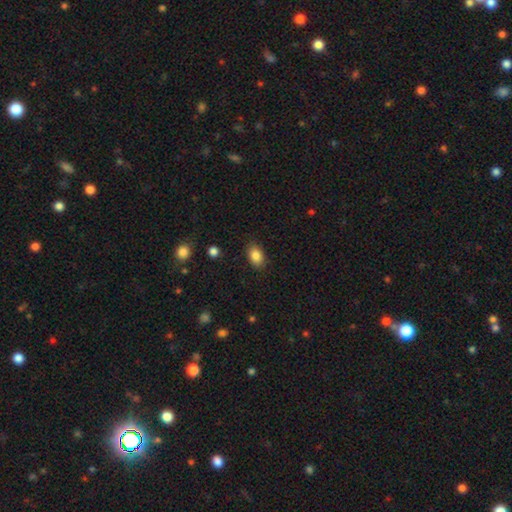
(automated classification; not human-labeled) This is clearly a smooth galaxy (86%). How rounded: clearly in between (86%). Merging: clearly none (86%).